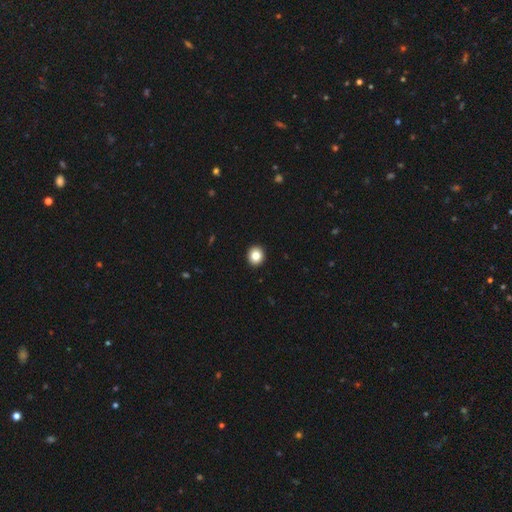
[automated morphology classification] smooth-or-featured: smooth: 84% | star or artifact: 10% | featured or disk: 7%
  how-rounded: round: 85% | in between: 14% | cigar-shaped: 1%
  merging: none: 94% | minor disturbance: 4% | major disturbance: 1% | merger: 1%